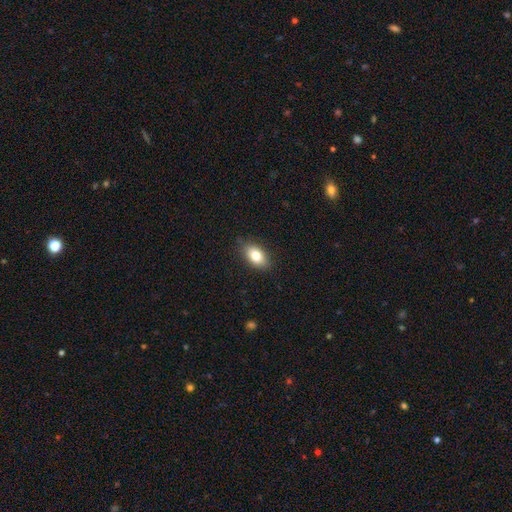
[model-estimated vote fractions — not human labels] A smooth galaxy with no disk features (79%) that is in between round and cigar-shaped (88%).

Vote fractions:
- Smooth or featured? smooth: 79% / featured or disk: 13% / star or artifact: 8%
- How rounded? in between: 88% / round: 9% / cigar-shaped: 3%
- Merging? none: 84% / minor disturbance: 12% / major disturbance: 2% / merger: 1%